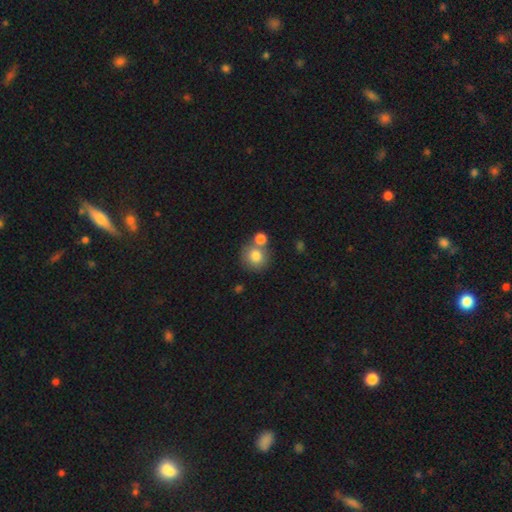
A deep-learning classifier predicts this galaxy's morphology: Smooth or featured? smooth (81%)
How rounded? round (88%)
Merging? none (54%)